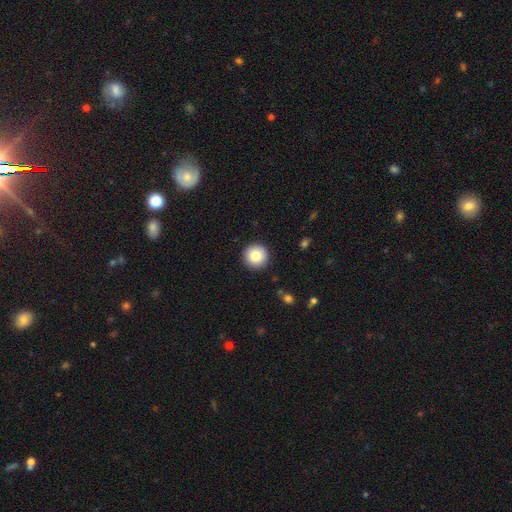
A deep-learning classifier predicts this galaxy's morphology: This is clearly a smooth galaxy (83%). How rounded: clearly round (96%). Merging: clearly none (92%).